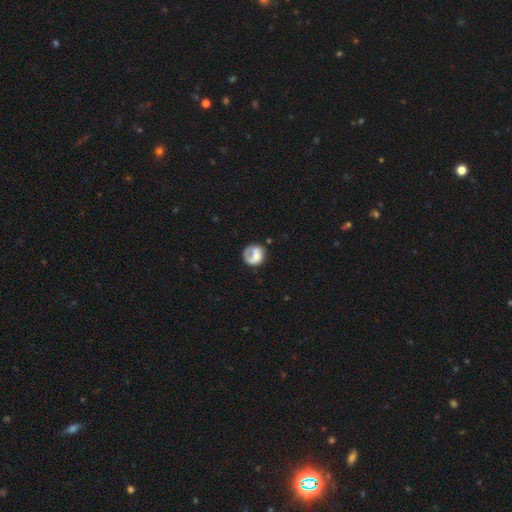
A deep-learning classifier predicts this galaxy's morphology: A smooth galaxy with no disk features (52%) that is round (78%). Merging: none (47%).